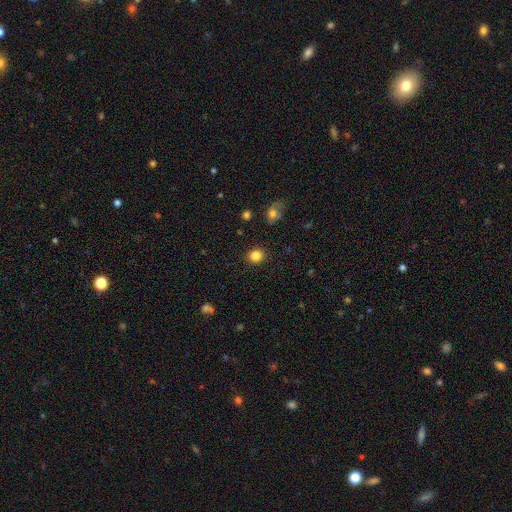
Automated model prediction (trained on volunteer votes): Smooth or featured? Predicted: smooth (p=0.84). How rounded? Predicted: round (p=0.73). Merging? Predicted: none (p=0.89).